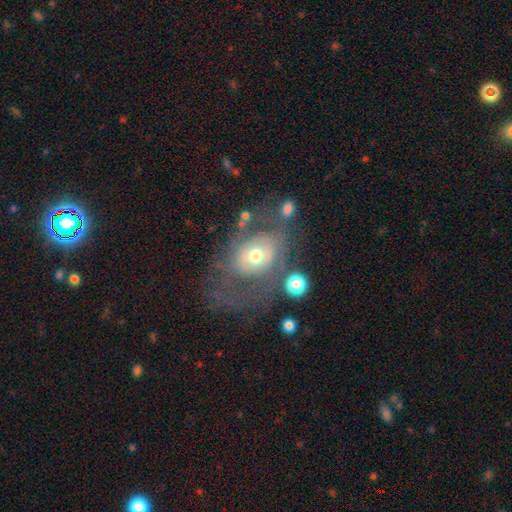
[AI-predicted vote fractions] Overall: featured or disk (65%; smooth 26%). Edge-on disk: no (95%). Bar: no (71%). Spiral arms: yes (50%, tied with no). Bulge size: moderate (66%). Merging: none (48%; major disturbance 26%).